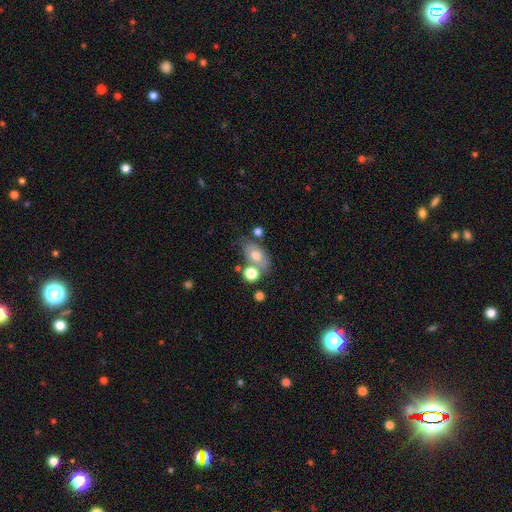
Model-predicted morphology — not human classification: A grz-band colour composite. It shows a smooth galaxy with no disk features (66%) that is in between round and cigar-shaped (80%). Merging: none (49%).